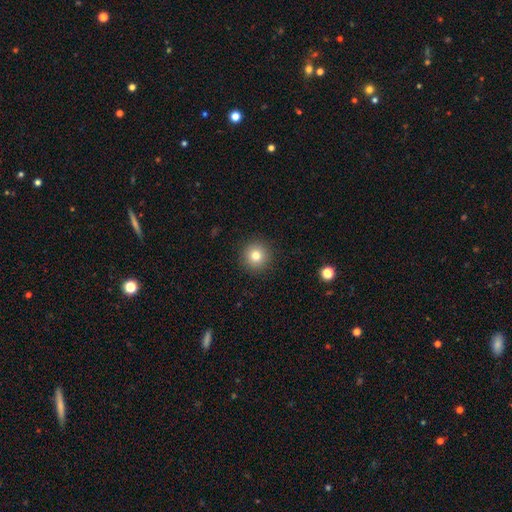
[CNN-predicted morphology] Smooth or featured? Predicted: smooth (p=0.79). How rounded? Predicted: round (p=0.96). Merging? Predicted: none (p=0.92).